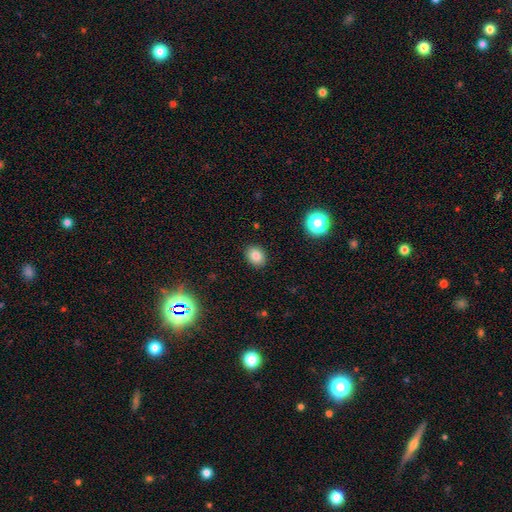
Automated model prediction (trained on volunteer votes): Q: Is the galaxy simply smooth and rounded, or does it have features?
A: smooth — 83%.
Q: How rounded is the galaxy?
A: in between — 57%.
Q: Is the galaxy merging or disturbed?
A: none — 89%.